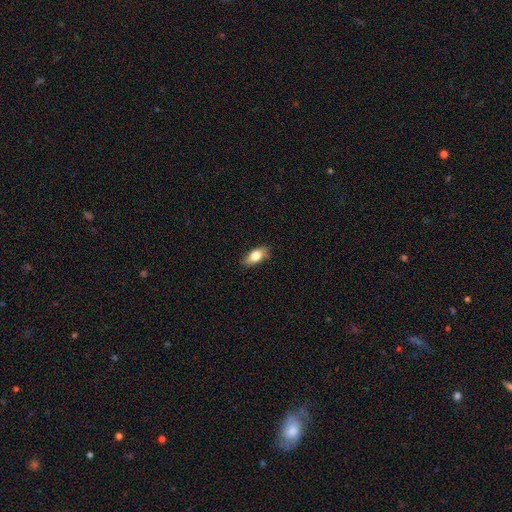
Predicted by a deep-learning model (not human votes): Smooth or featured? Predicted: smooth (p=0.77). How rounded? Predicted: in between (p=0.85). Merging? Predicted: none (p=0.83).